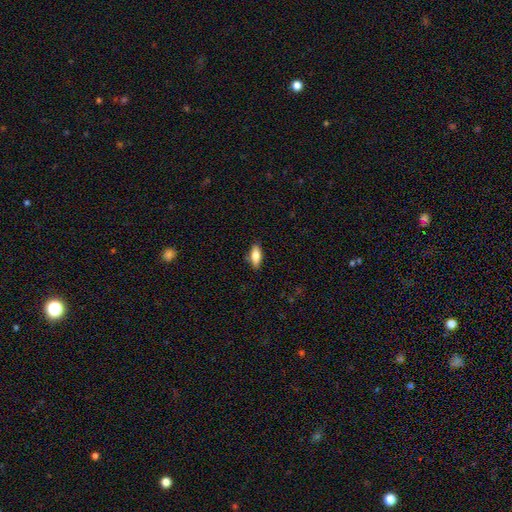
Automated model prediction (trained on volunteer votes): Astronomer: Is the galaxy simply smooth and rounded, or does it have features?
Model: smooth — 76%.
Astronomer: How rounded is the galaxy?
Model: in between — 77%.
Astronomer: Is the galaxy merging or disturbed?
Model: none — 84%.